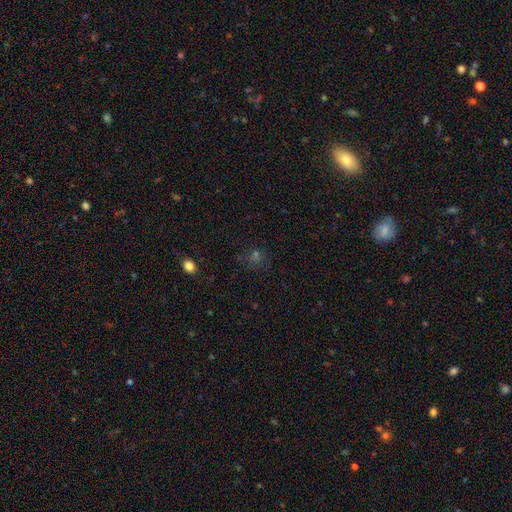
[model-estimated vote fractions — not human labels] Smooth or featured: smooth — 46% (star or artifact — 43%)
Merging: none — 76% (minor disturbance — 13%)